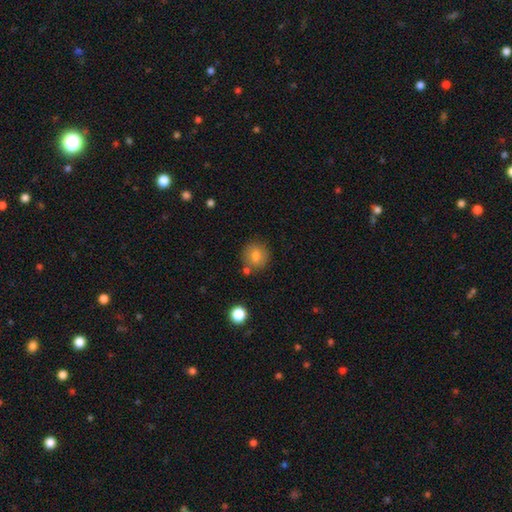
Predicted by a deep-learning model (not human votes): Q: Smooth or featured?
A: smooth (80%); runner-up: star or artifact (10%)
Q: How rounded?
A: round (89%); runner-up: in between (10%)
Q: Merging?
A: none (78%); runner-up: minor disturbance (10%)